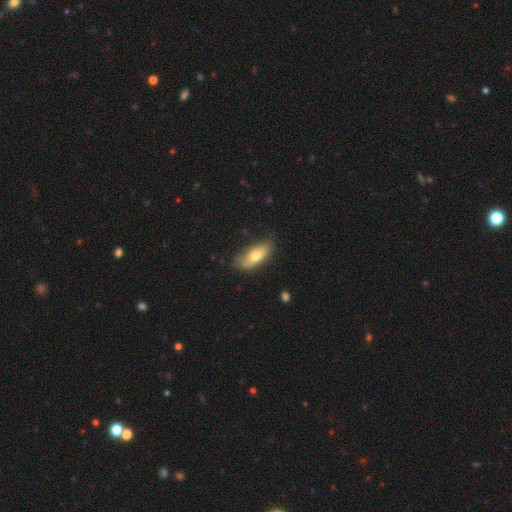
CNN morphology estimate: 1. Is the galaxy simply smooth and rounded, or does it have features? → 69% smooth, 25% featured or disk, 6% star or artifact.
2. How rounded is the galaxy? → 76% in between, 21% cigar-shaped, 3% round.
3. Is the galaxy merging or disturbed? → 71% none, 23% minor disturbance, 4% major disturbance, 2% merger.